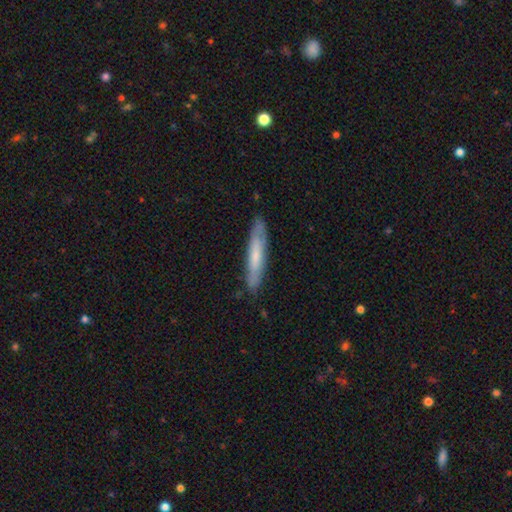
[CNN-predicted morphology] This is possibly a smooth galaxy (54%). How rounded: clearly cigar-shaped (90%). Merging: clearly none (83%).